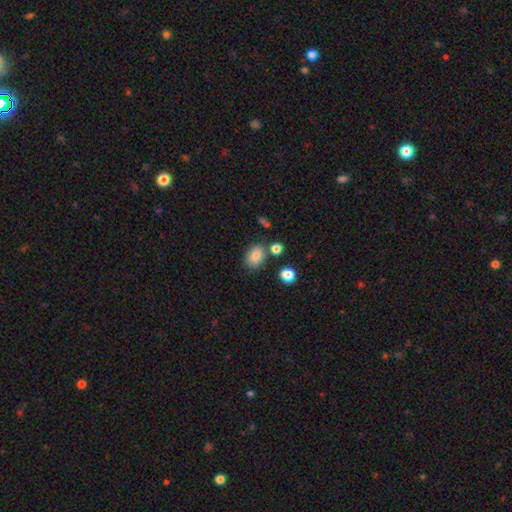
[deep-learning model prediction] This appears to be a smooth galaxy with no disk features (82%) that is in between round and cigar-shaped (68%). Merging: none (70%).